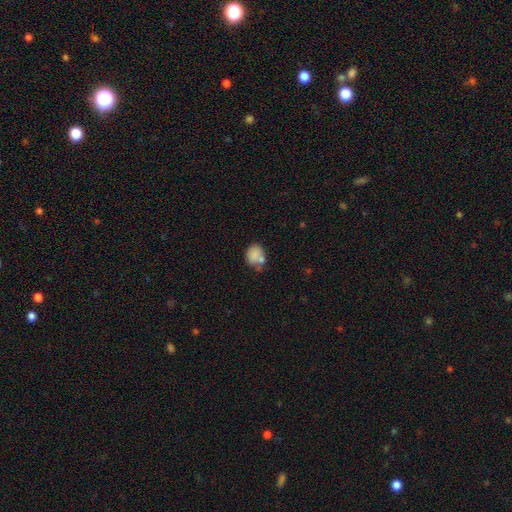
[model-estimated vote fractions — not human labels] smooth 80%, featured or disk 10%, star or artifact 10%. Down the decision tree: how rounded — round (57%); merging — none (49%).